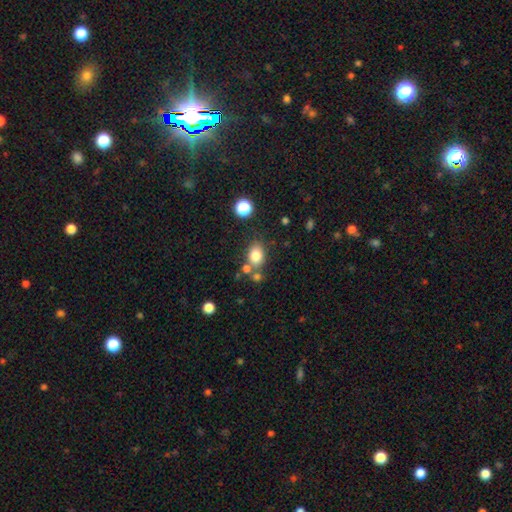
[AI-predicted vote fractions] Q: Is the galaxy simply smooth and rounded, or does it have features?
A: smooth — 80%.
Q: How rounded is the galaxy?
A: in between — 64%.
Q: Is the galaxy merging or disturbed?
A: none — 65%.